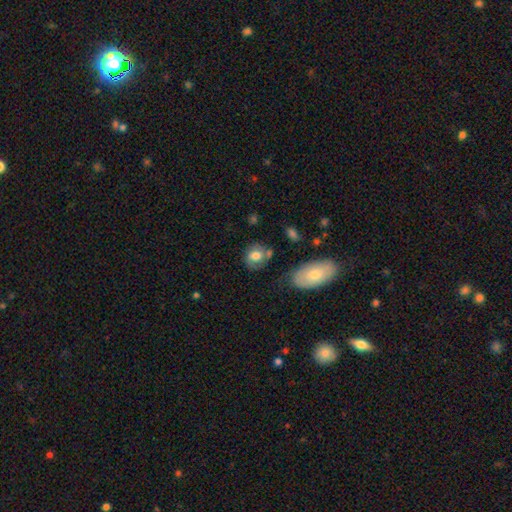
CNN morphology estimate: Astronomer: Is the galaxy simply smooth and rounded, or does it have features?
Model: smooth — 68%.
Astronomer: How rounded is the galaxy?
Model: round — 58% (runner-up: in between, 41%).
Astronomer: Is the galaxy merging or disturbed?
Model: none — 62%.